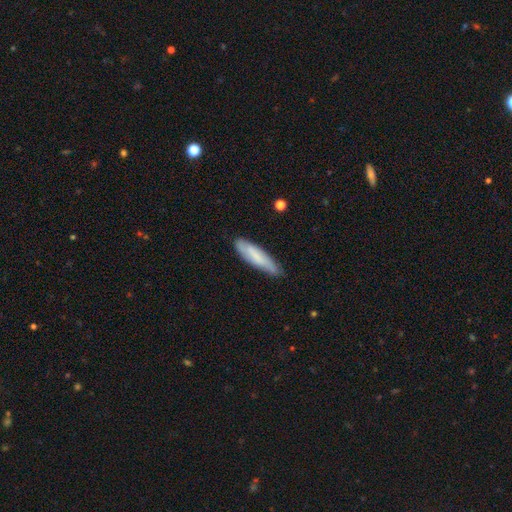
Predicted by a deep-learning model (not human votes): Overall: smooth (70%). How rounded: cigar-shaped (72%). Merging: none (75%).